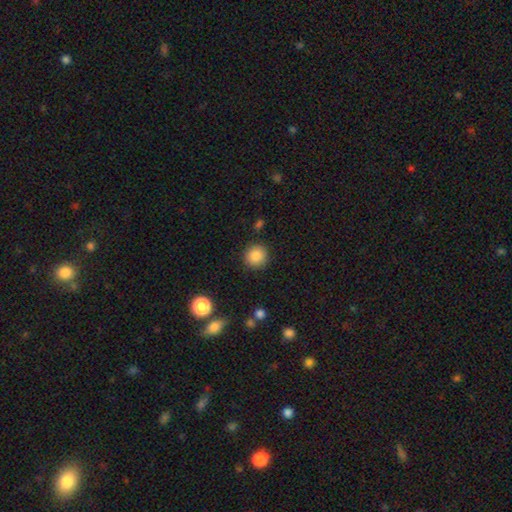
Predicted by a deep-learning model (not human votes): Morphology: type=smooth (86%); roundness=round (93%); merging=none (90%).